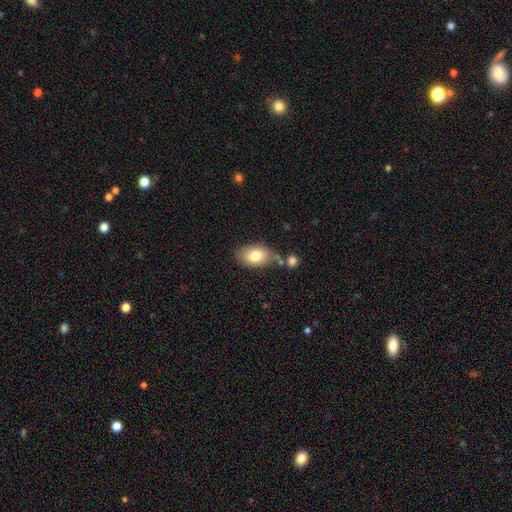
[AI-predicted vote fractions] This is likely a smooth galaxy (78%). How rounded: clearly in between (86%). Merging: likely none (64%).